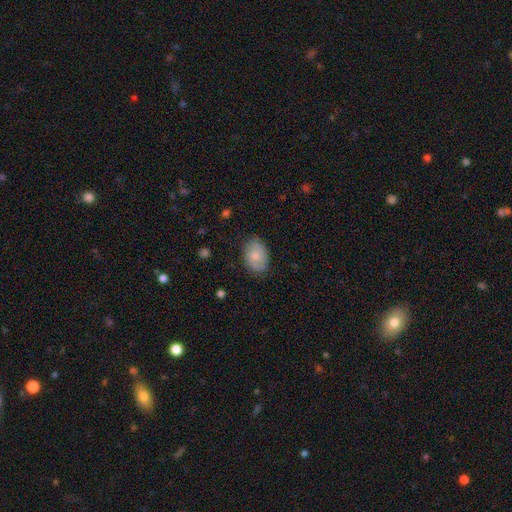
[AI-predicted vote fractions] A smooth galaxy with no disk features (68%) that is in between round and cigar-shaped (84%).

Vote fractions:
- Smooth or featured? smooth: 68% / featured or disk: 25% / star or artifact: 7%
- How rounded? in between: 84% / round: 15% / cigar-shaped: 1%
- Merging? none: 80% / minor disturbance: 16% / major disturbance: 4% / merger: 1%